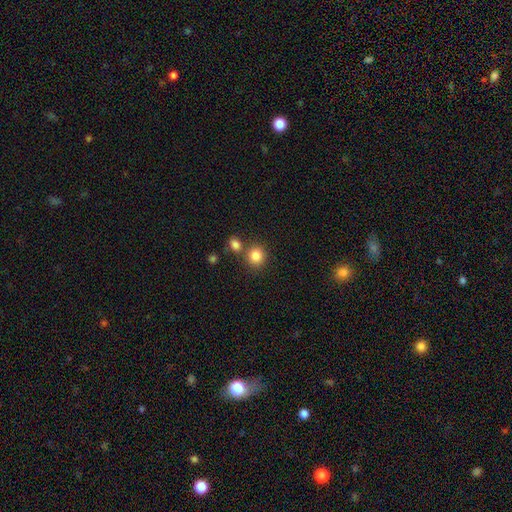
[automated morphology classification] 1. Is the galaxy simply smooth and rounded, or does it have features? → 84% smooth, 11% star or artifact, 5% featured or disk.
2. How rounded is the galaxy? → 86% round, 13% in between, 1% cigar-shaped.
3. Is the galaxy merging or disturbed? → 69% none, 19% merger, 9% minor disturbance, 3% major disturbance.